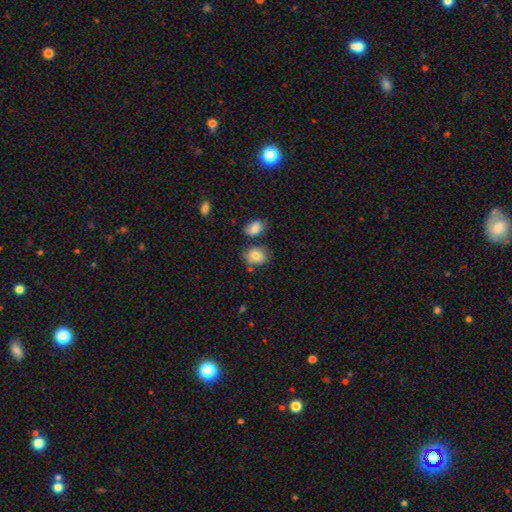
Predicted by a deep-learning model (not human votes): The model was most divided on "how rounded": in between: 72%, round: 27%, cigar-shaped: 1%. More confident: smooth or featured — smooth (80%); merging — none (66%).